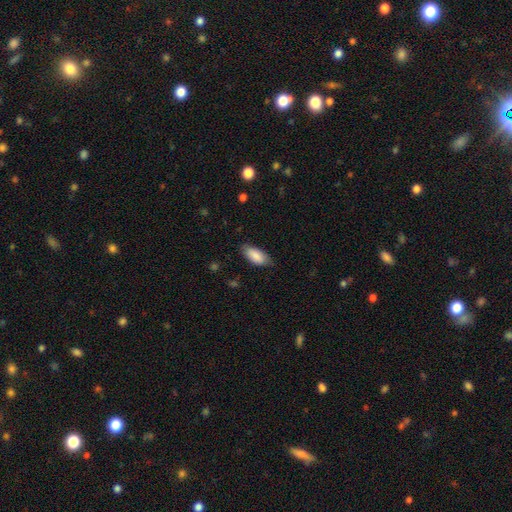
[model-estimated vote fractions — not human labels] This is clearly a smooth galaxy (85%). How rounded: clearly in between (90%). Merging: likely none (74%).